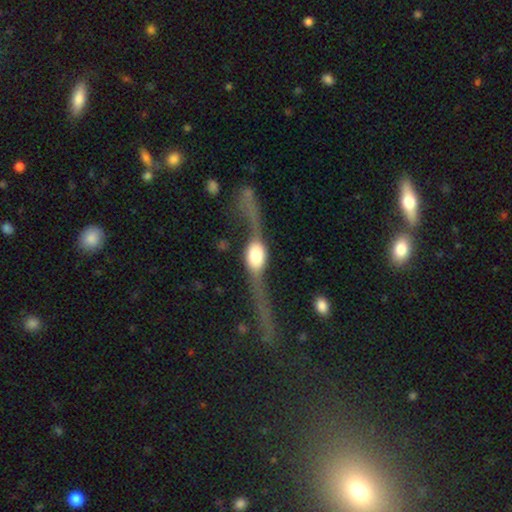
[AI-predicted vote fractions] smooth_or_featured: featured or disk (p=0.77) [alt: smooth p=0.17]
disk_edge_on: yes (p=0.73) [alt: no p=0.27]
edge_on_bulge: rounded (p=0.93) [alt: boxy p=0.05]
merging: none (p=0.43) [alt: major disturbance p=0.31]